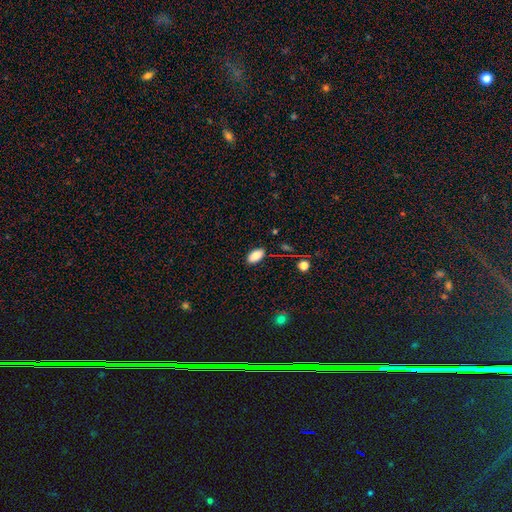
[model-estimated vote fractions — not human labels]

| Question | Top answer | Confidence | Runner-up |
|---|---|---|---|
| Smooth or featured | smooth | 85% | star or artifact (9%) |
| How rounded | in between | 92% | cigar-shaped (4%) |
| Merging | none | 87% | minor disturbance (9%) |